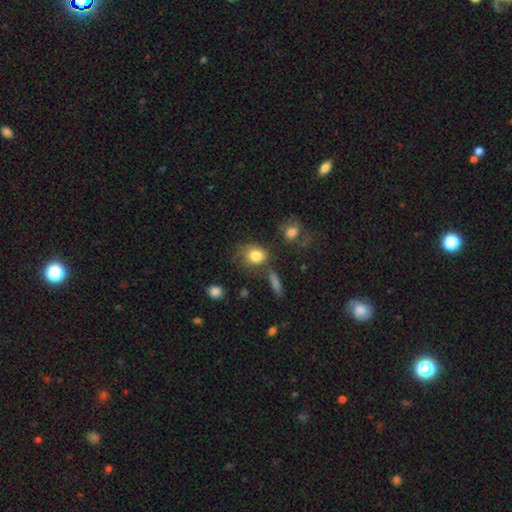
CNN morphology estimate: The model was most divided on "how rounded": round: 52%, in between: 46%, cigar-shaped: 2%. More confident: smooth or featured — smooth (81%); merging — none (53%).